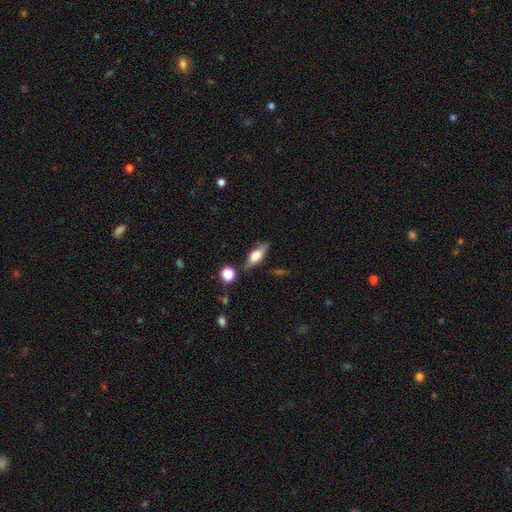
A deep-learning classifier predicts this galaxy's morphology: smooth_or_featured: featured or disk (p=0.46) [alt: smooth p=0.45]
merging: none (p=0.73) [alt: minor disturbance p=0.17]